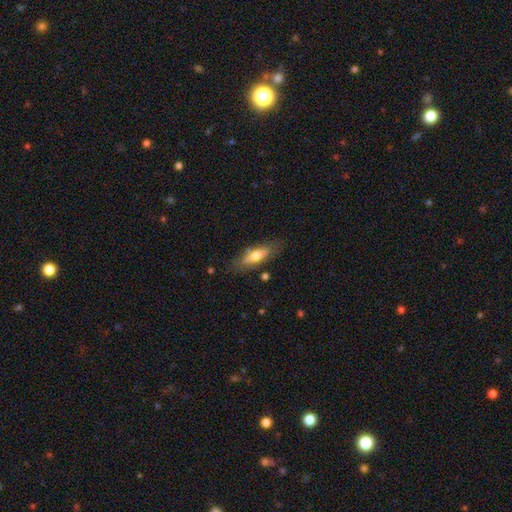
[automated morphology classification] smooth-or-featured: smooth: 55% | featured or disk: 39% | star or artifact: 7%
  how-rounded: in between: 56% | cigar-shaped: 41% | round: 3%
  merging: none: 75% | minor disturbance: 17% | major disturbance: 5% | merger: 4%